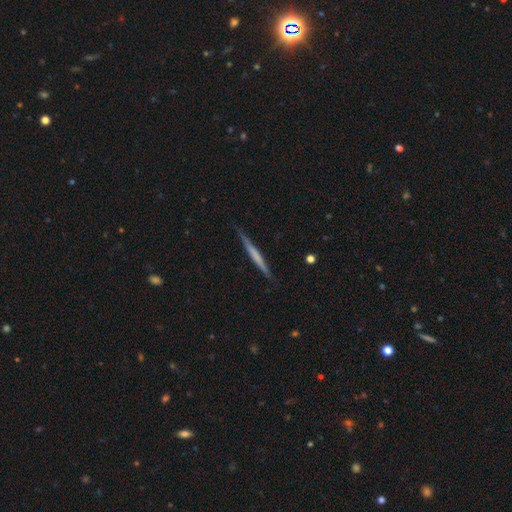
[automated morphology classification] The model was most divided on "smooth or featured" (2-way tie): featured or disk: 47%, smooth: 47%, star or artifact: 5%. More confident: merging — none (87%).